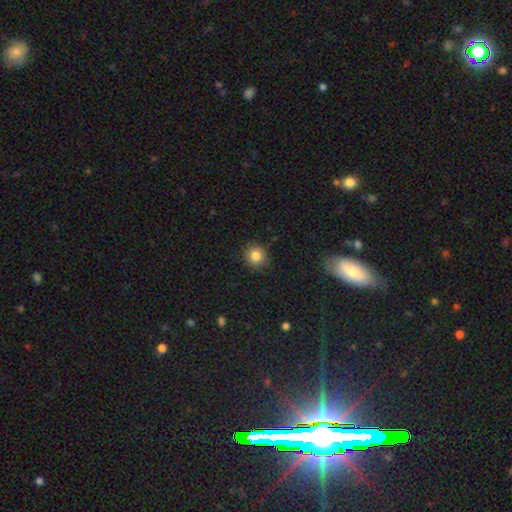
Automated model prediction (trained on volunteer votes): A smooth galaxy with no disk features (84%) that is round (86%). Merging: none (88%).